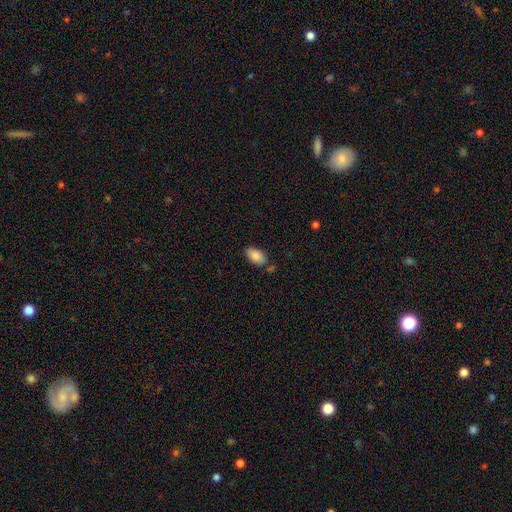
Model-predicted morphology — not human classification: A smooth galaxy with no disk features (86%) that is in between round and cigar-shaped (94%). Merging: none (75%).